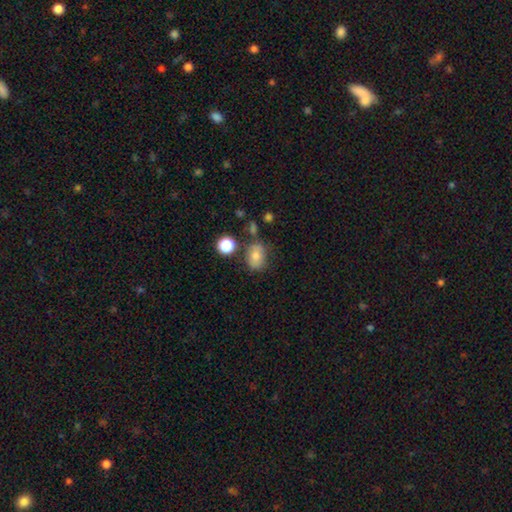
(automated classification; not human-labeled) Smooth or featured? Predicted: smooth (p=0.77). How rounded? Predicted: in between (p=0.66). Merging? Predicted: none (p=0.66).